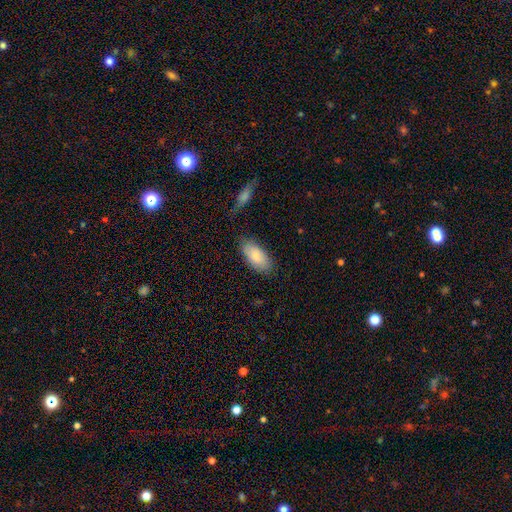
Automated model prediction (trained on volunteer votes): Smooth or featured? smooth (83%)
How rounded? in between (92%)
Merging? none (79%)